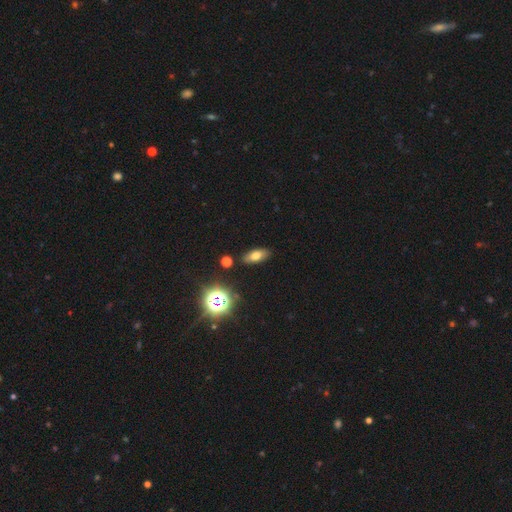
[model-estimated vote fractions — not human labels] smooth-or-featured: smooth: 69% | star or artifact: 17% | featured or disk: 15%
  how-rounded: in between: 83% | cigar-shaped: 12% | round: 6%
  merging: none: 86% | minor disturbance: 10% | major disturbance: 2% | merger: 2%